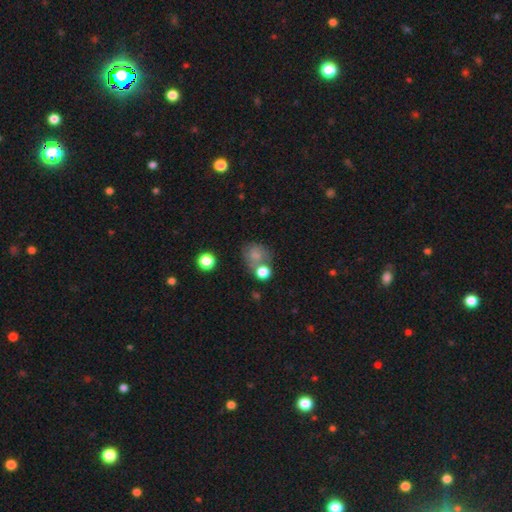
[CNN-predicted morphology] Smooth or featured? Predicted: smooth (p=0.67). How rounded? Predicted: round (p=0.68). Merging? Predicted: none (p=0.47).